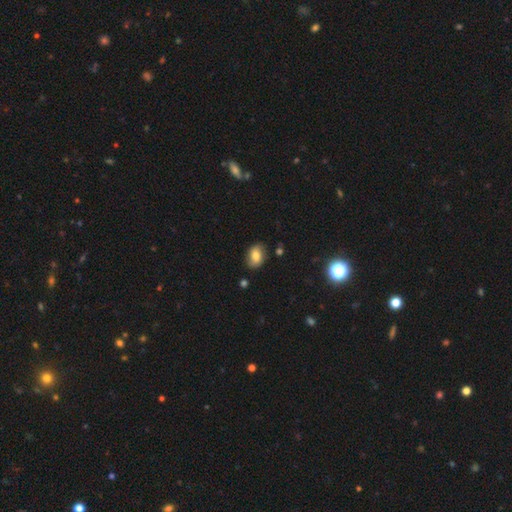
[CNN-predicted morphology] Smooth or featured? Predicted: smooth (p=0.74). How rounded? Predicted: in between (p=0.75). Merging? Predicted: none (p=0.77).